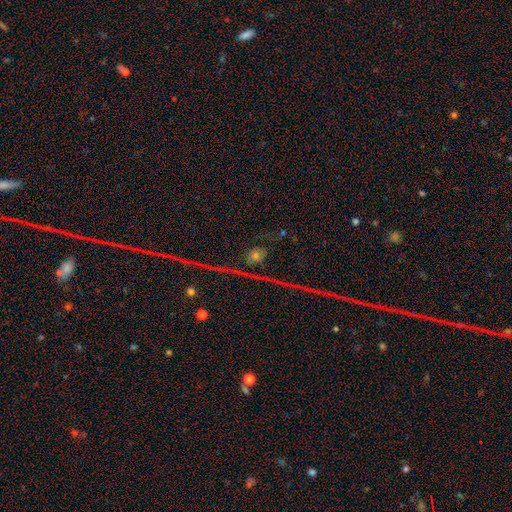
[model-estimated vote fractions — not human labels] Overall: star or artifact (43%; smooth 38%).